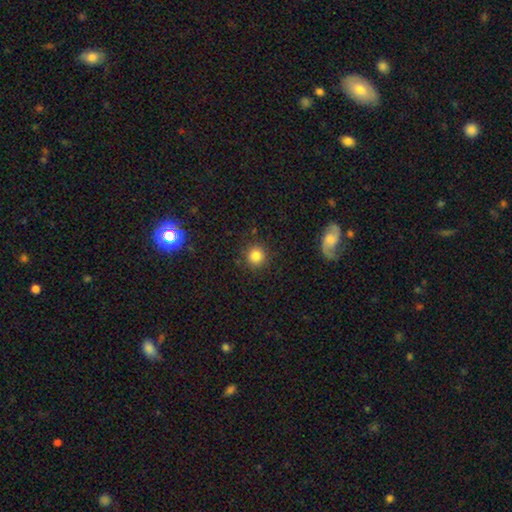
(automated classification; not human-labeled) A smooth galaxy with no disk features (82%) that is round (94%). Merging: none (89%).